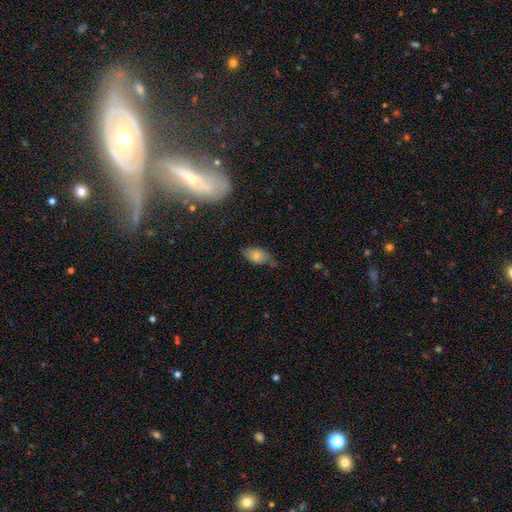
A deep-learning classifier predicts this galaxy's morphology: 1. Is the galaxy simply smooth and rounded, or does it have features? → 71% smooth, 19% featured or disk, 10% star or artifact.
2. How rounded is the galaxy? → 88% in between, 7% round, 5% cigar-shaped.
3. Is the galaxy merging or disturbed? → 58% none, 31% minor disturbance, 7% major disturbance, 4% merger.